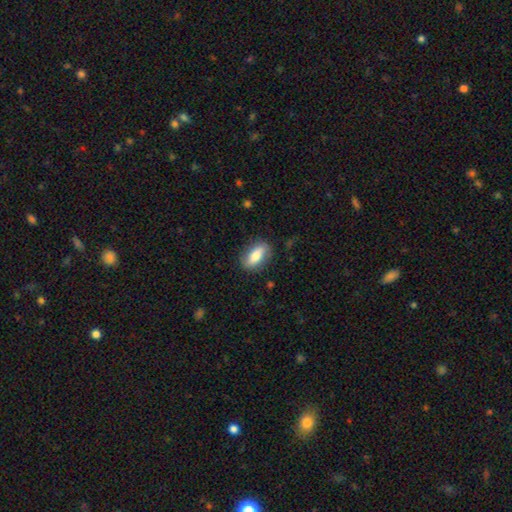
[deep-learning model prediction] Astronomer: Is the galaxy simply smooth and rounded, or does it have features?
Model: smooth — 69%.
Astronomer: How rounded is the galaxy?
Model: in between — 81%.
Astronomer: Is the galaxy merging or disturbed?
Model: none — 83%.